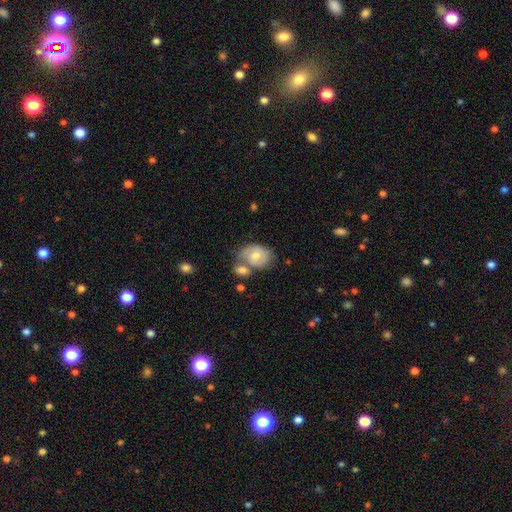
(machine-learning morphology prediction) Overall: featured or disk (47%; smooth 46%). Merging: none (42%; merger 32%).